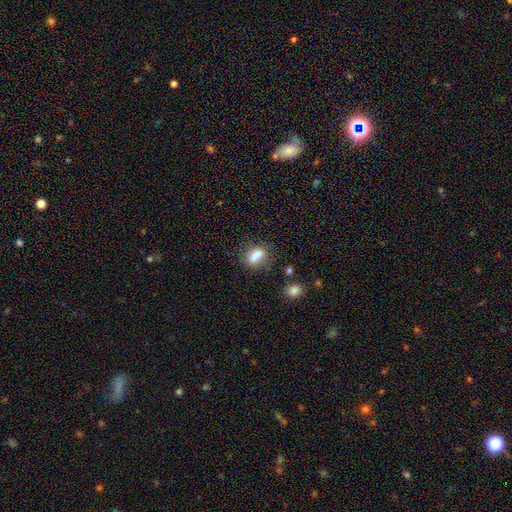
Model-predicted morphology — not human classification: Overall: smooth (76%). How rounded: in between (63%). Merging: none (74%).